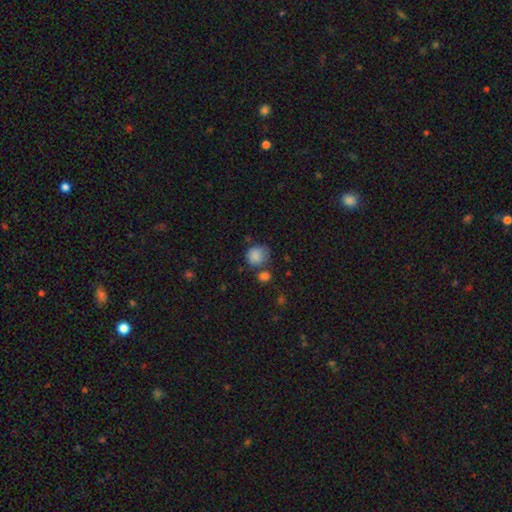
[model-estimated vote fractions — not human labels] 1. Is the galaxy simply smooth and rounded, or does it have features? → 85% smooth, 10% star or artifact, 6% featured or disk.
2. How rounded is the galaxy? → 79% round, 20% in between, 1% cigar-shaped.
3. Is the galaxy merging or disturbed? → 57% none, 22% minor disturbance, 13% merger, 8% major disturbance.